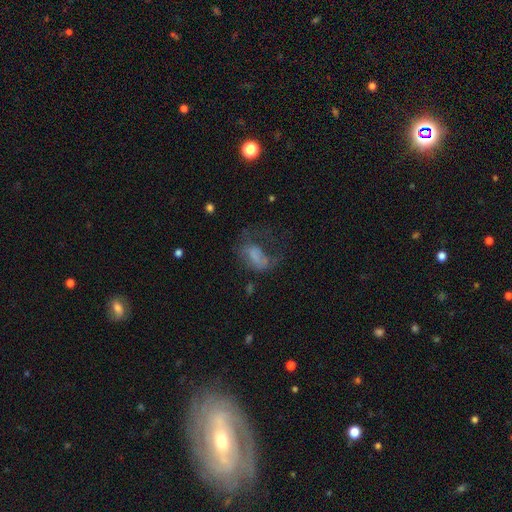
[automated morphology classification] A smooth galaxy with no disk features (49%).

Vote fractions:
- Smooth or featured? smooth: 49% / featured or disk: 37% / star or artifact: 14%
- Merging? major disturbance: 55% / none: 24% / minor disturbance: 17% / merger: 4%